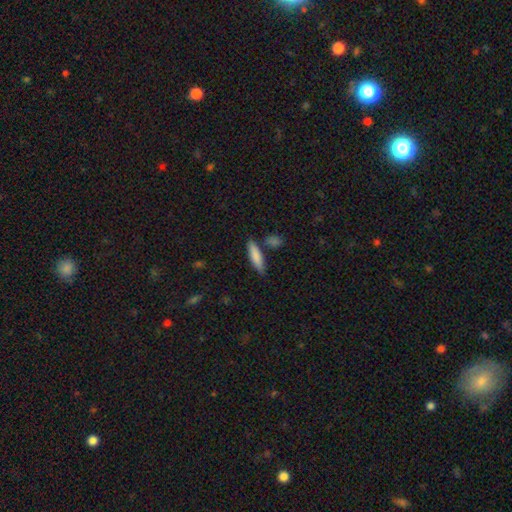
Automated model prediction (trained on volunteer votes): Smooth or featured: smooth — 83% (featured or disk — 12%)
How rounded: cigar-shaped — 69% (in between — 29%)
Merging: none — 77% (minor disturbance — 13%)